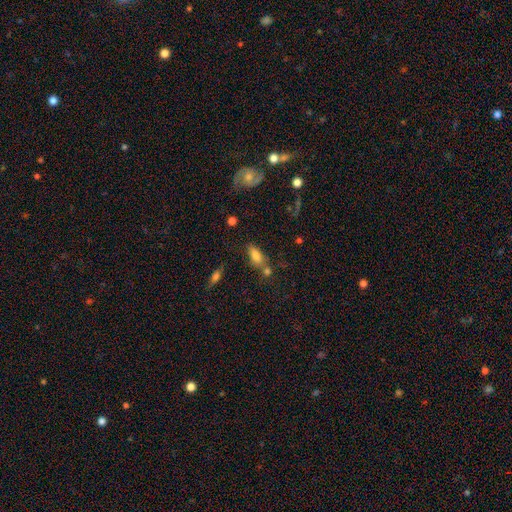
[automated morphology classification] This appears to be a smooth galaxy with no disk features (79%) that is in between round and cigar-shaped (80%). Merging: none (55%).